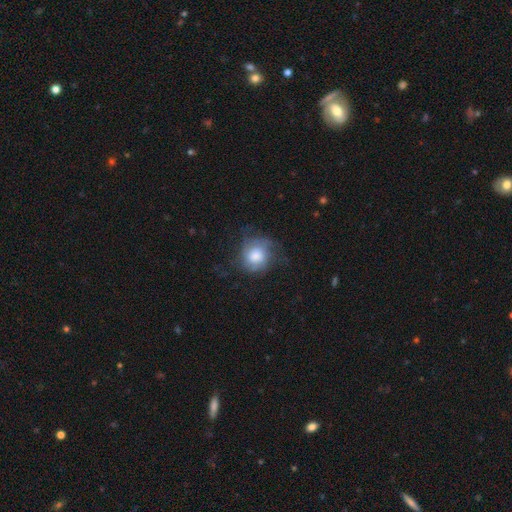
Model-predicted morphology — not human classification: Smooth or featured: featured or disk — 45% (tied with smooth — 45%)
Merging: none — 57% (minor disturbance — 23%)